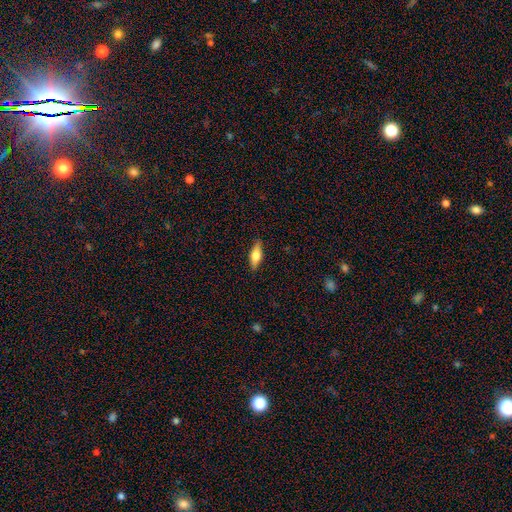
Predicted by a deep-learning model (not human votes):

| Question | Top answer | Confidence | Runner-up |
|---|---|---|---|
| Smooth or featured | smooth | 57% | featured or disk (37%) |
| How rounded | in between | 60% | cigar-shaped (36%) |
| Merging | none | 88% | minor disturbance (9%) |